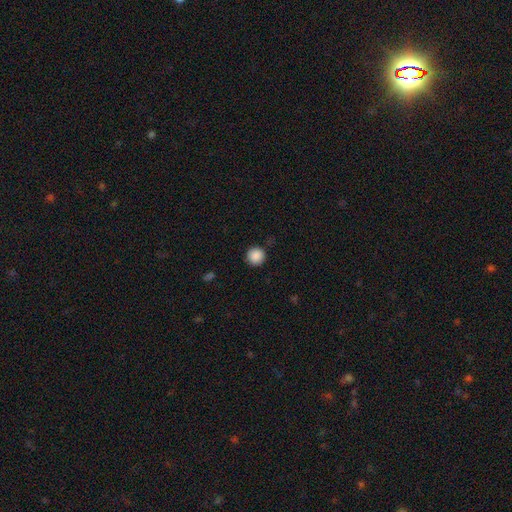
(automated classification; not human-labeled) Overall: smooth (88%). How rounded: round (95%). Merging: none (90%).